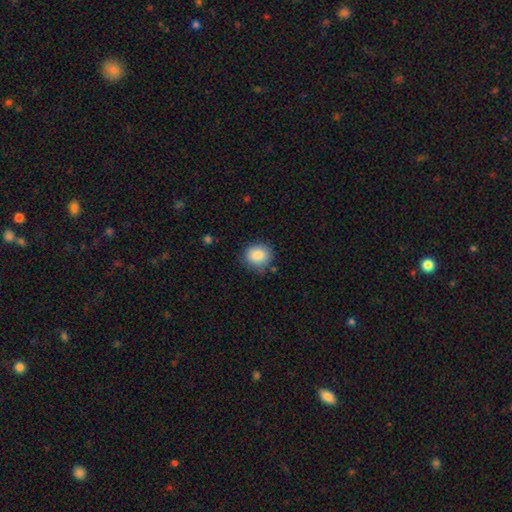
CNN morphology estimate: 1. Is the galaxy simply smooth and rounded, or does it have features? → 88% smooth, 8% star or artifact, 4% featured or disk.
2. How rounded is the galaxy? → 78% round, 21% in between, 1% cigar-shaped.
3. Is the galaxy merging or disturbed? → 77% none, 17% minor disturbance, 4% major disturbance, 2% merger.